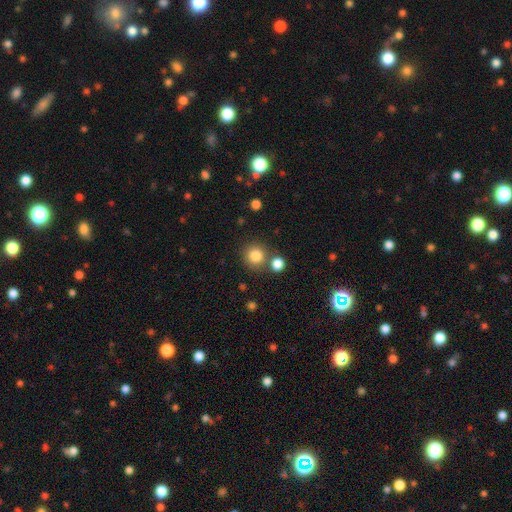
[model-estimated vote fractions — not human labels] Overall: smooth (83%). How rounded: round (92%). Merging: none (74%).